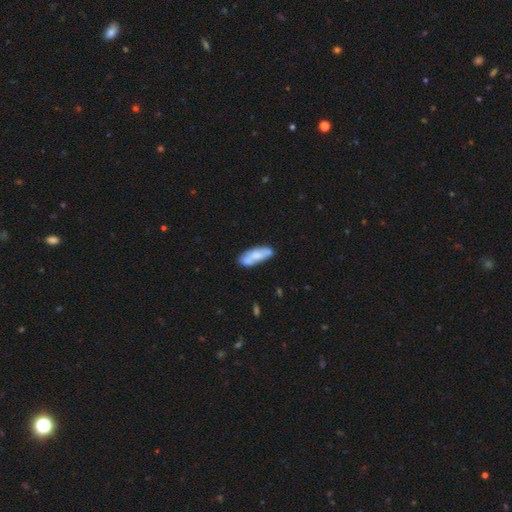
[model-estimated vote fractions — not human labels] smooth 61%, featured or disk 32%, star or artifact 6%. Down the decision tree: how rounded — in between (66%); merging — none (62%).